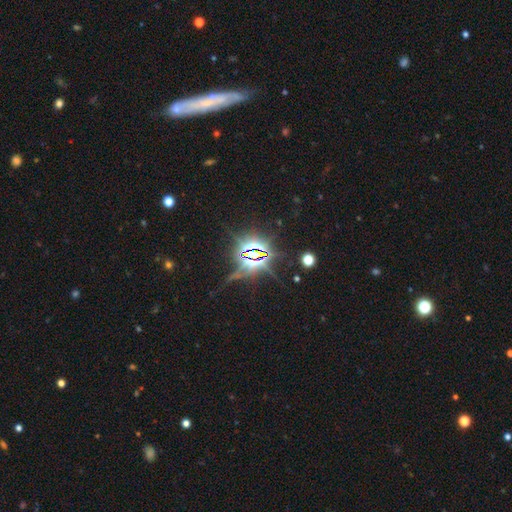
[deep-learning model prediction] Q: Smooth or featured?
A: star or artifact (84%); runner-up: featured or disk (8%)